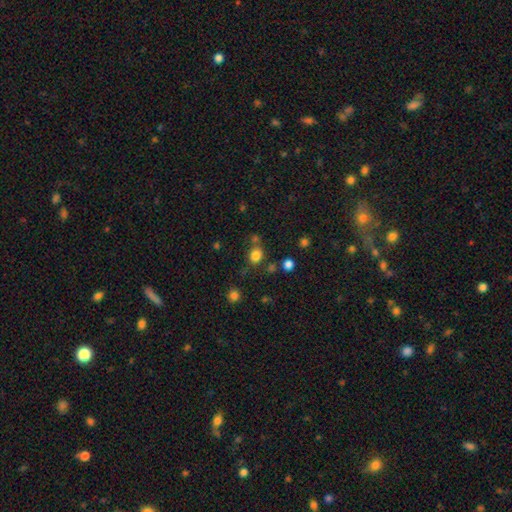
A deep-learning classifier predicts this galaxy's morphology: The model was most divided on "how rounded": round: 57%, in between: 42%, cigar-shaped: 1%. More confident: smooth or featured — smooth (80%); merging — none (69%).